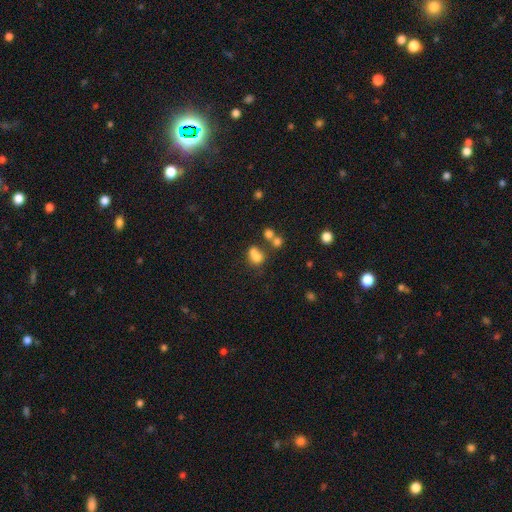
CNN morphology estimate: This appears to be a smooth galaxy with no disk features (69%) that is round (56%). Merging: merger (45%).